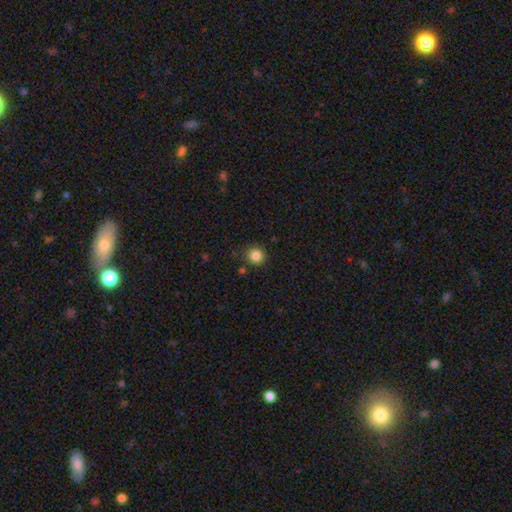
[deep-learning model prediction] Overall: smooth (85%). How rounded: round (93%). Merging: none (86%).